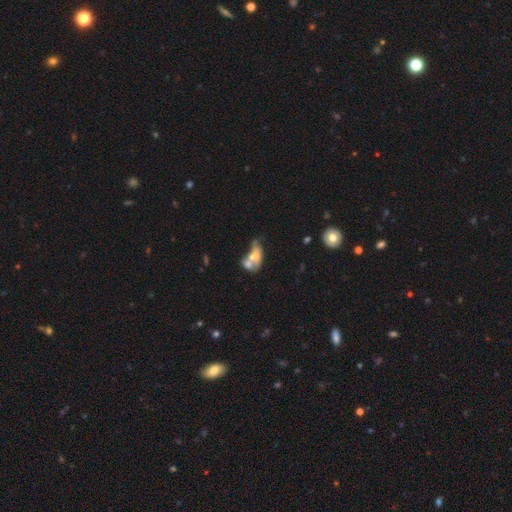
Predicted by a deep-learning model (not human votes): This is possibly a featured or disk galaxy (46%). Merging: likely merger (64%).